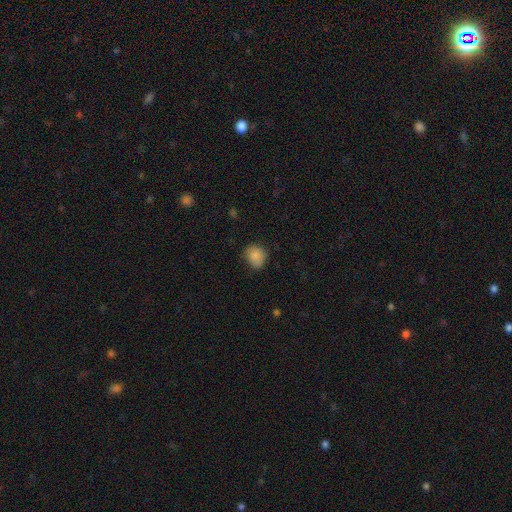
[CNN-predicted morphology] Smooth or featured? smooth (85%)
How rounded? round (64%)
Merging? none (70%)